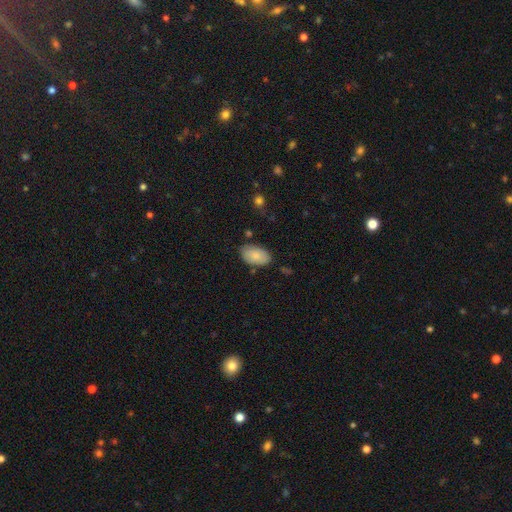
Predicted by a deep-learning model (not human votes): The model was most divided on "merging": none: 78%, minor disturbance: 16%, major disturbance: 3%, merger: 3%. More confident: how rounded — in between (94%); smooth or featured — smooth (85%).